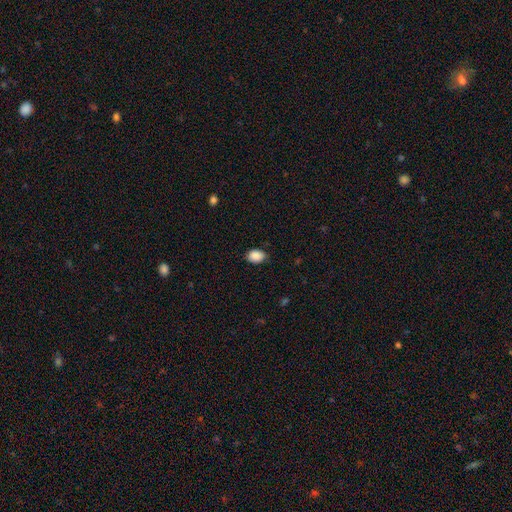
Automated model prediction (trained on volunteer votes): A smooth galaxy with no disk features (89%) that is in between round and cigar-shaped (76%).

Vote fractions:
- Smooth or featured? smooth: 89% / star or artifact: 8% / featured or disk: 4%
- How rounded? in between: 76% / round: 23% / cigar-shaped: 1%
- Merging? none: 83% / minor disturbance: 14% / major disturbance: 3% / merger: 1%